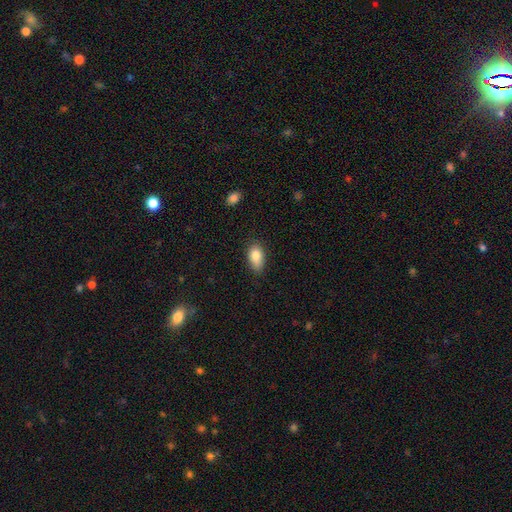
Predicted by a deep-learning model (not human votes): Smooth or featured? smooth (85%)
How rounded? in between (91%)
Merging? none (74%)